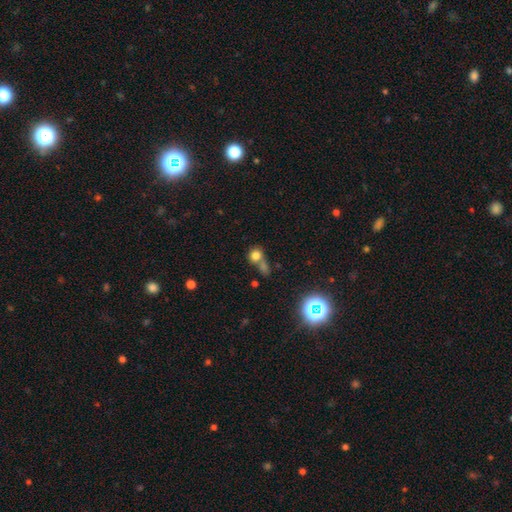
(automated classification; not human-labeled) smooth_or_featured: smooth (p=0.73) [alt: star or artifact p=0.17]
how_rounded: round (p=0.81) [alt: in between p=0.17]
merging: none (p=0.42) [alt: merger p=0.40]